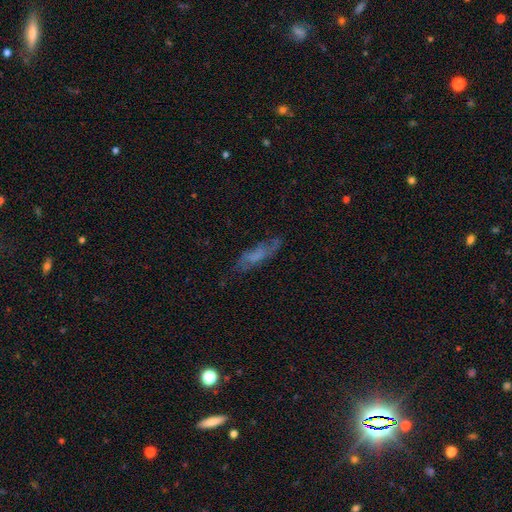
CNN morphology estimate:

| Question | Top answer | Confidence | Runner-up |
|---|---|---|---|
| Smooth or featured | smooth | 51% | featured or disk (39%) |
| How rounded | cigar-shaped | 53% | in between (45%) |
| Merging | none | 61% | minor disturbance (24%) |